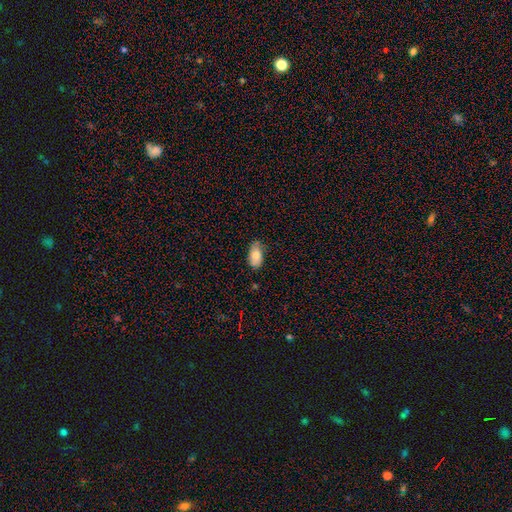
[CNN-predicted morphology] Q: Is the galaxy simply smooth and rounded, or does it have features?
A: smooth — 80%.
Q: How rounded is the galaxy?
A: in between — 93%.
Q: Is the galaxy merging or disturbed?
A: none — 73%.